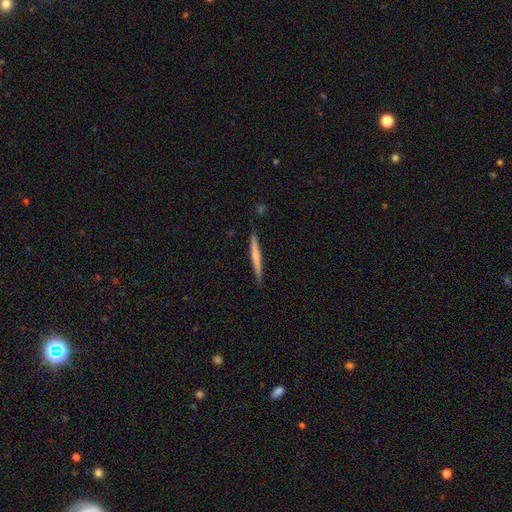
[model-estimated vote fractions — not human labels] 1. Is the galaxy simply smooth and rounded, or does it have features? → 49% smooth, 45% featured or disk, 5% star or artifact.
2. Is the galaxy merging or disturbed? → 88% none, 9% minor disturbance, 1% major disturbance, 1% merger.